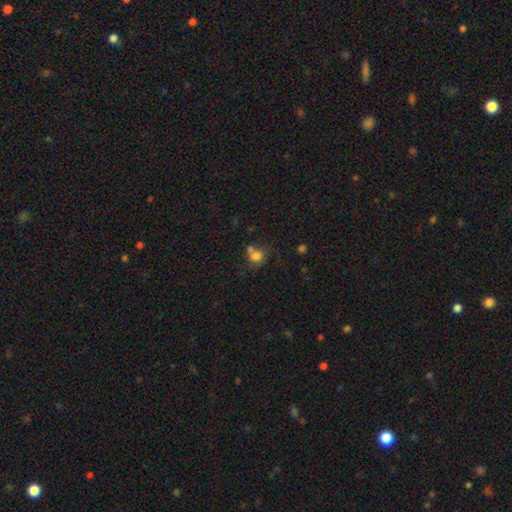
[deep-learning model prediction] Overall: smooth (75%). How rounded: round (71%). Merging: none (43%; merger 32%).